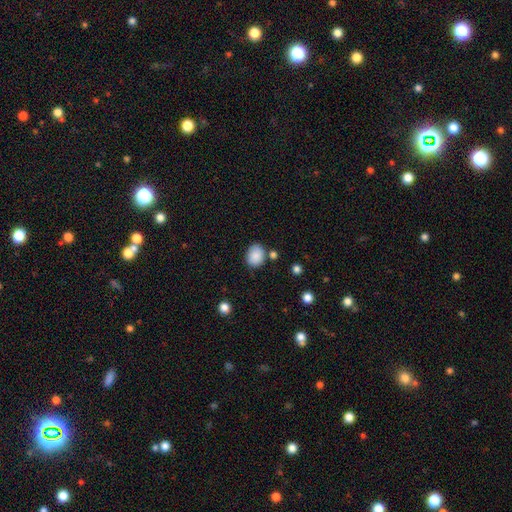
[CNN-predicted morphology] Smooth or featured? Predicted: smooth (p=0.88). How rounded? Predicted: in between (p=0.60). Merging? Predicted: none (p=0.78).